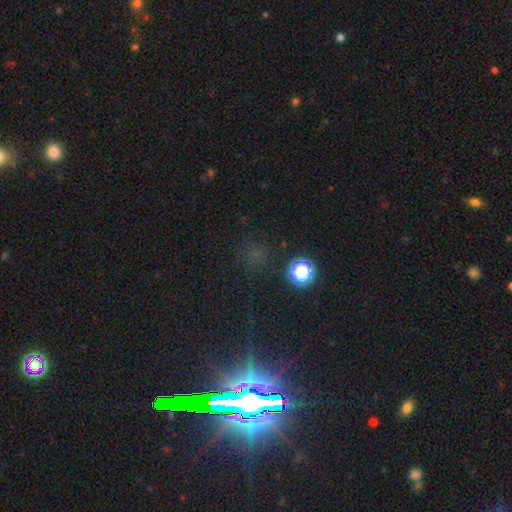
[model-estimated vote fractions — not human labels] The model was most divided on "smooth or featured": star or artifact: 59%, smooth: 32%, featured or disk: 8%.